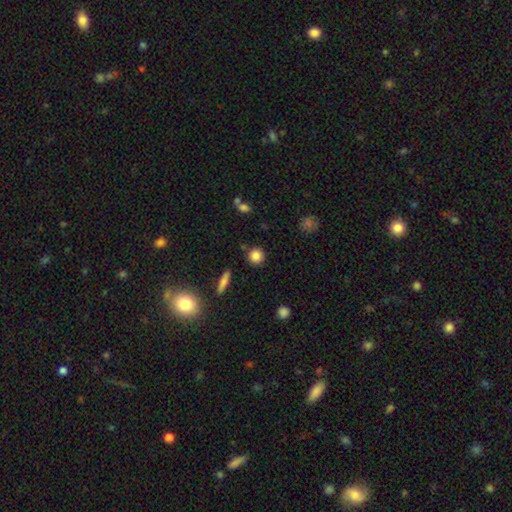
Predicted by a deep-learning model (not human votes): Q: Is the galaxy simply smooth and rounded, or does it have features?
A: smooth — 84%.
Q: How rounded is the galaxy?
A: round — 90%.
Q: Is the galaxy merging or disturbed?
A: none — 86%.